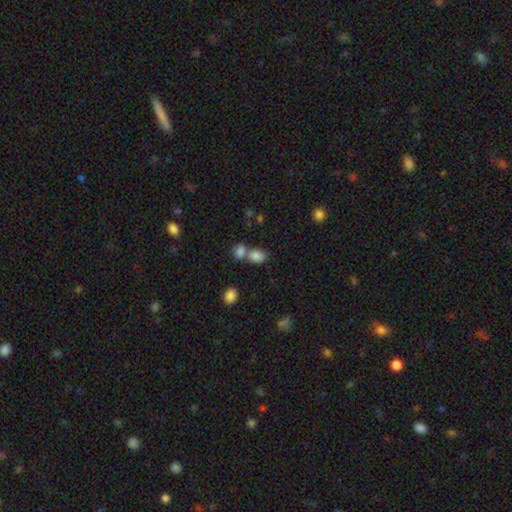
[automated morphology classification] type=smooth (82%); roundness=in between (74%); merging=merger (48%).